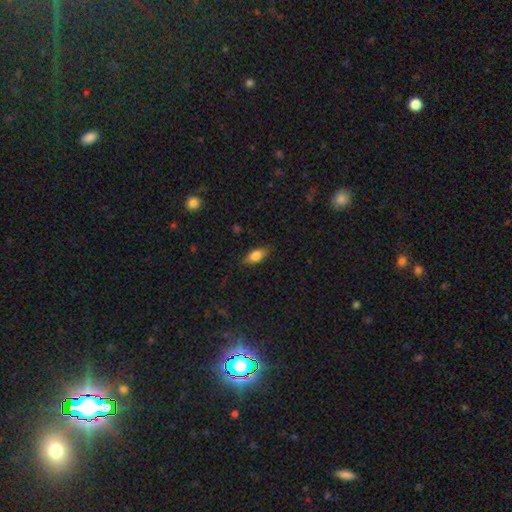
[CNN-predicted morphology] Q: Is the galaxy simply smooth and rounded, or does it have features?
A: smooth — 79%.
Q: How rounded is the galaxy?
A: in between — 84%.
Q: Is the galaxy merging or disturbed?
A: none — 84%.